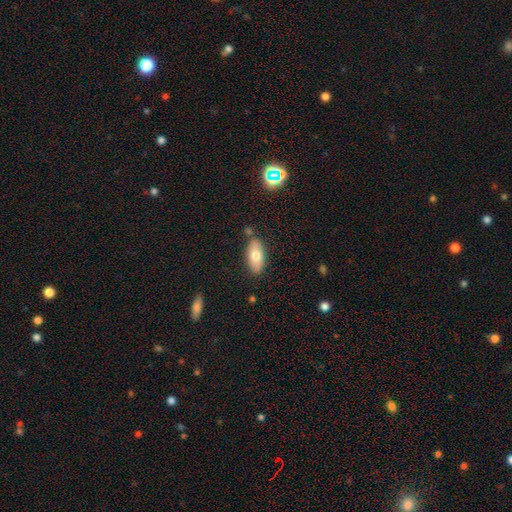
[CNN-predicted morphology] smooth-or-featured: smooth: 72% | featured or disk: 20% | star or artifact: 8%
  how-rounded: in between: 89% | cigar-shaped: 8% | round: 3%
  merging: none: 80% | minor disturbance: 12% | merger: 5% | major disturbance: 3%